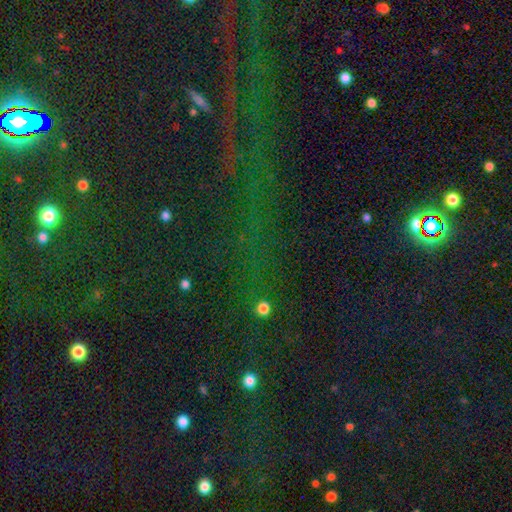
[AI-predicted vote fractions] This appears to be a star or artifact, not a galaxy (74%).